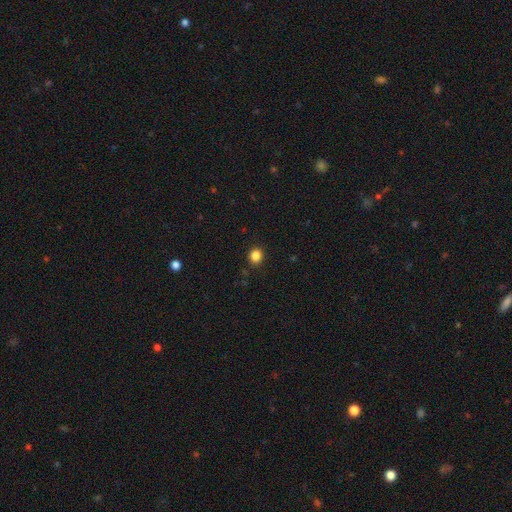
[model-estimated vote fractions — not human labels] smooth 85%, star or artifact 12%, featured or disk 4%. Down the decision tree: how rounded — round (84%); merging — none (90%).